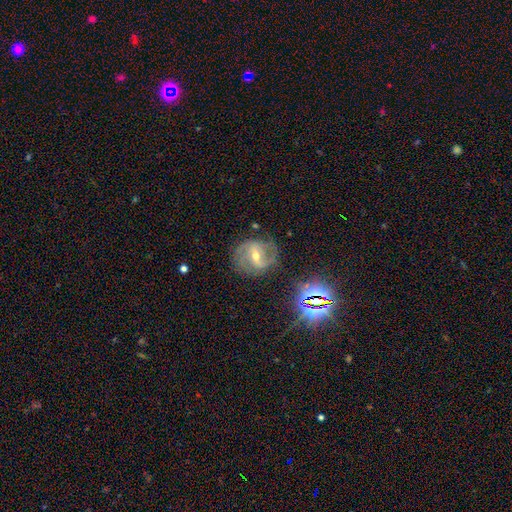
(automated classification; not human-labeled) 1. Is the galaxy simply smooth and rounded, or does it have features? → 79% featured or disk, 12% star or artifact, 10% smooth.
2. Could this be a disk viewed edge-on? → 96% no, 4% yes.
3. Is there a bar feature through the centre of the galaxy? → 46% strong, 39% weak, 15% no.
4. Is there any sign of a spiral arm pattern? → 92% yes, 8% no.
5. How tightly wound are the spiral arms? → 48% medium, 26% tight, 26% loose.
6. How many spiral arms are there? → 74% 2, 11% can't tell, 7% 3, 4% 1, 2% 4, 2% more than 4.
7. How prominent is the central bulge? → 52% moderate, 44% small, 2% large, 1% none, 1% dominant.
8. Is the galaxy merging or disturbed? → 73% none, 16% minor disturbance, 8% major disturbance, 2% merger.